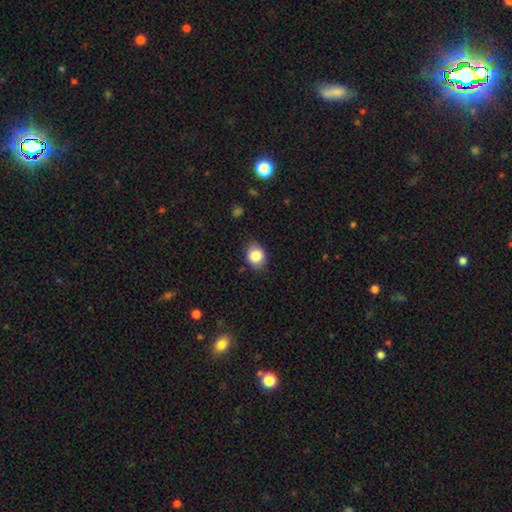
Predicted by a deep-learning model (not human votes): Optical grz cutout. It shows a smooth galaxy with no disk features (83%) that is in between round and cigar-shaped (53%). Merging: none (82%).